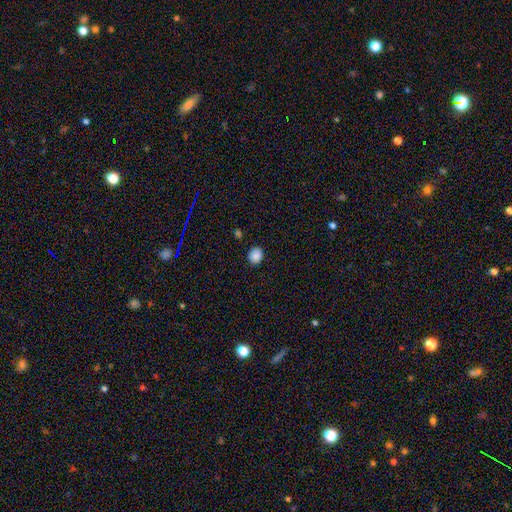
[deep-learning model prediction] Morphology: type=smooth (86%); roundness=round (77%); merging=none (86%).